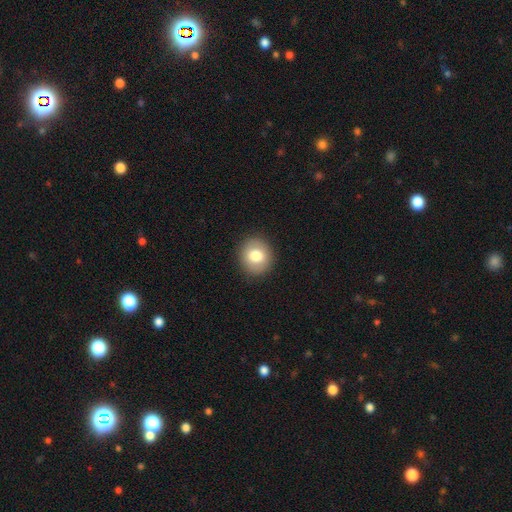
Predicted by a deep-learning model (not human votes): Q: Smooth or featured?
A: smooth (78%); runner-up: featured or disk (13%)
Q: How rounded?
A: round (78%); runner-up: in between (21%)
Q: Merging?
A: none (90%); runner-up: minor disturbance (7%)